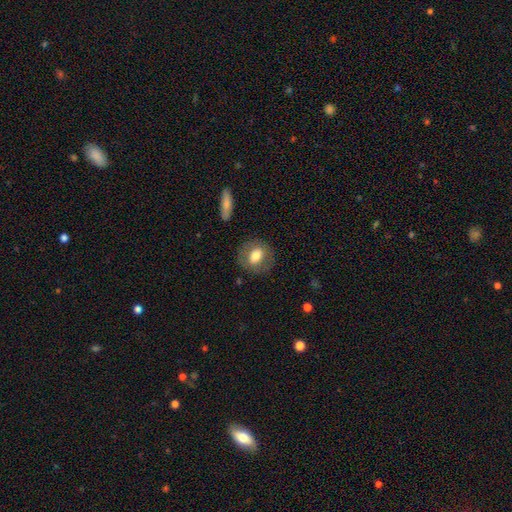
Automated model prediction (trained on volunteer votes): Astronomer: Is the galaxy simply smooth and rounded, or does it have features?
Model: smooth — 66%.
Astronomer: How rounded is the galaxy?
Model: round — 63%.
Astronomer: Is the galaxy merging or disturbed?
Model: none — 81%.